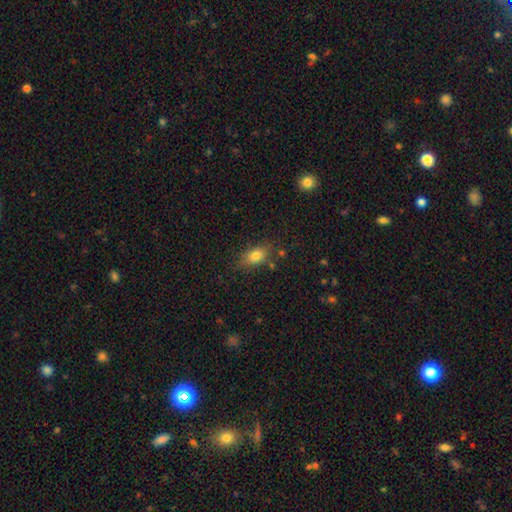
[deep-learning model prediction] Q: Smooth or featured?
A: smooth (77%); runner-up: featured or disk (12%)
Q: How rounded?
A: in between (81%); runner-up: round (12%)
Q: Merging?
A: none (72%); runner-up: minor disturbance (18%)